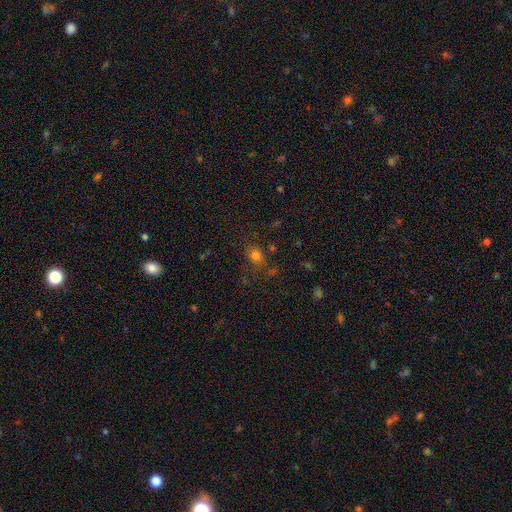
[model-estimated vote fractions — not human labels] A smooth galaxy with no disk features (73%) that is round (55%).

Vote fractions:
- Smooth or featured? smooth: 73% / star or artifact: 19% / featured or disk: 7%
- How rounded? round: 55% / in between: 44% / cigar-shaped: 1%
- Merging? none: 72% / minor disturbance: 16% / major disturbance: 7% / merger: 5%